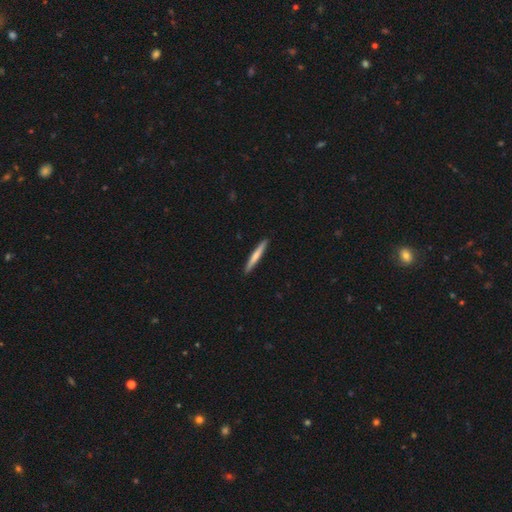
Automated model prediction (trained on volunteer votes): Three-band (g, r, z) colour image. It shows a smooth galaxy with no disk features (62%) that is cigar-shaped (96%). Merging: none (92%).